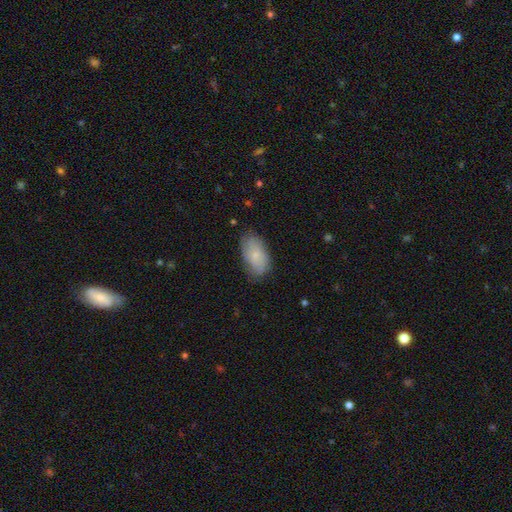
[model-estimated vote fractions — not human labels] smooth 67%, featured or disk 26%, star or artifact 7%. Down the decision tree: how rounded — in between (93%); merging — none (71%).